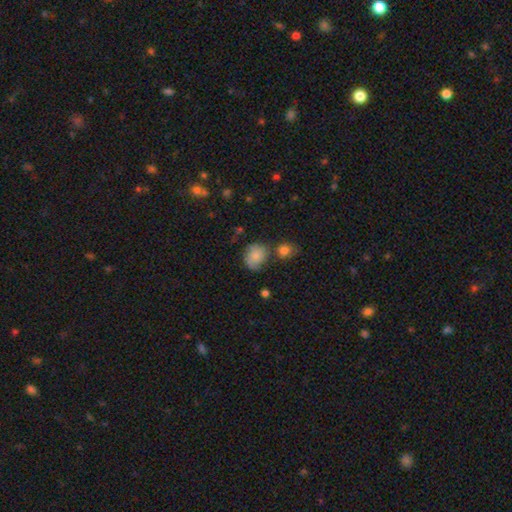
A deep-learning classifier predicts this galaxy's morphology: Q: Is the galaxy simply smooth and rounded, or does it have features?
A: smooth — 79%.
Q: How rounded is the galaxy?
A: round — 57%.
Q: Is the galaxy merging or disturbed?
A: none — 57%.